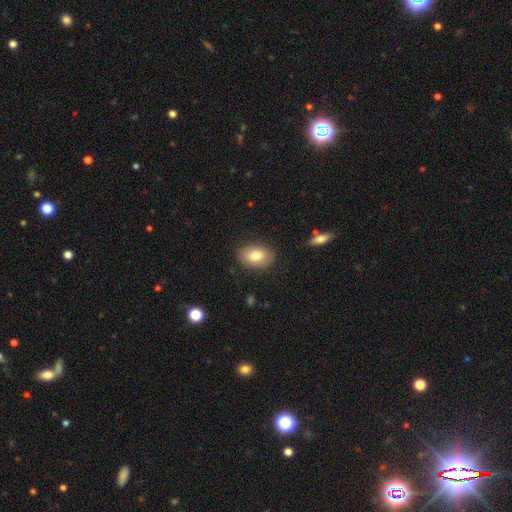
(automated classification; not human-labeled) Overall: smooth (80%). How rounded: in between (84%). Merging: none (86%).